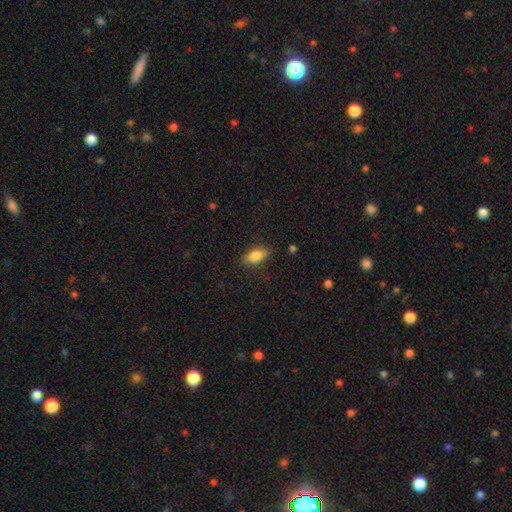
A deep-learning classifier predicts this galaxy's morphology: Q: Smooth or featured?
A: smooth (80%); runner-up: featured or disk (12%)
Q: How rounded?
A: in between (85%); runner-up: cigar-shaped (8%)
Q: Merging?
A: none (84%); runner-up: minor disturbance (12%)